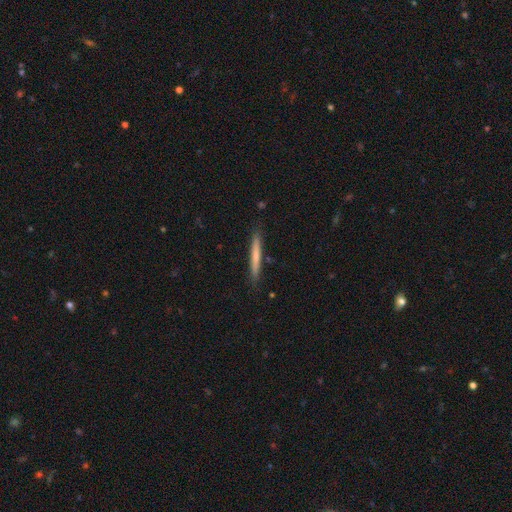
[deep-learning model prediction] This appears to be a smooth galaxy with no disk features (64%) that is cigar-shaped (96%). Merging: none (88%).